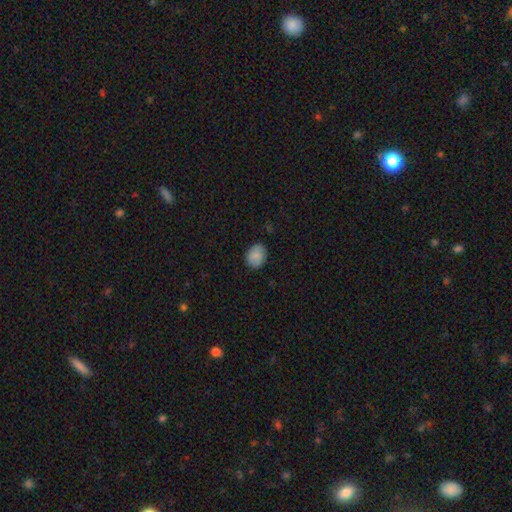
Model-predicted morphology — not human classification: Q: Smooth or featured?
A: smooth (85%); runner-up: star or artifact (8%)
Q: How rounded?
A: in between (53%); runner-up: round (46%)
Q: Merging?
A: none (83%); runner-up: minor disturbance (14%)